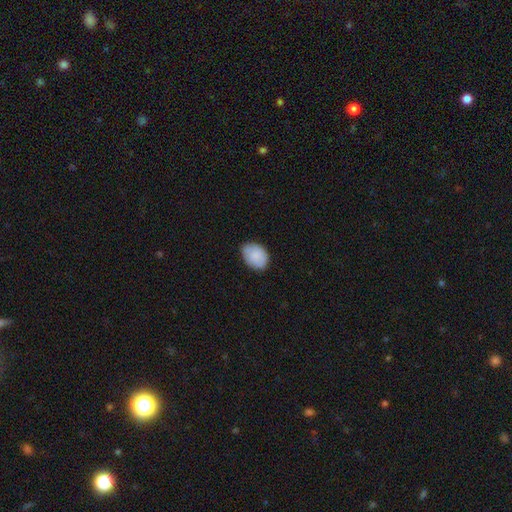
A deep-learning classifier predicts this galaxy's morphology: A smooth galaxy with no disk features (84%) that is in between round and cigar-shaped (76%). Merging: none (74%).